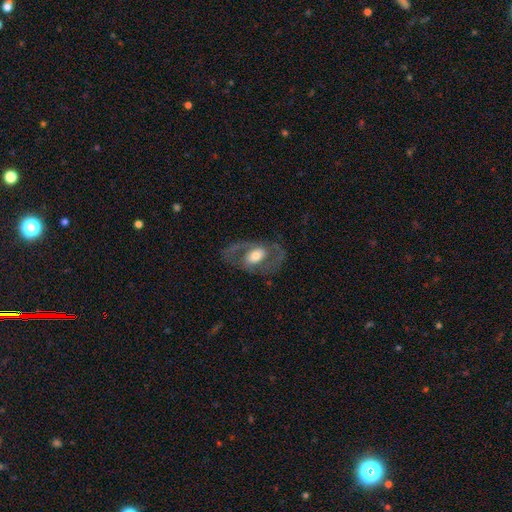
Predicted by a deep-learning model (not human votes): Morphology: type=featured or disk (72%); edge-on=no (93%); bar=no (51%); spiral arms=yes (67%); bulge=moderate (57%); merging=none (72%).